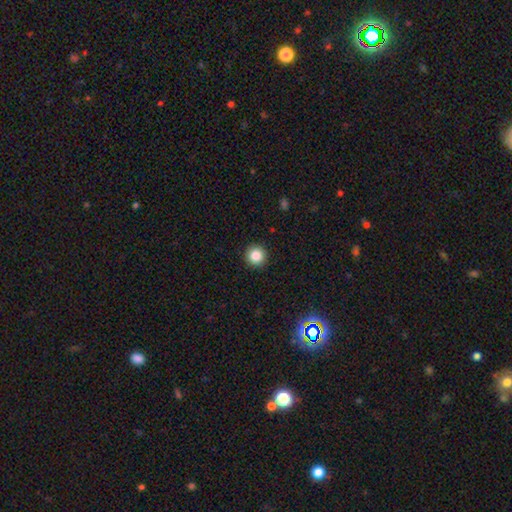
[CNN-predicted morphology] Smooth or featured? Predicted: smooth (p=0.86). How rounded? Predicted: round (p=0.96). Merging? Predicted: none (p=0.93).